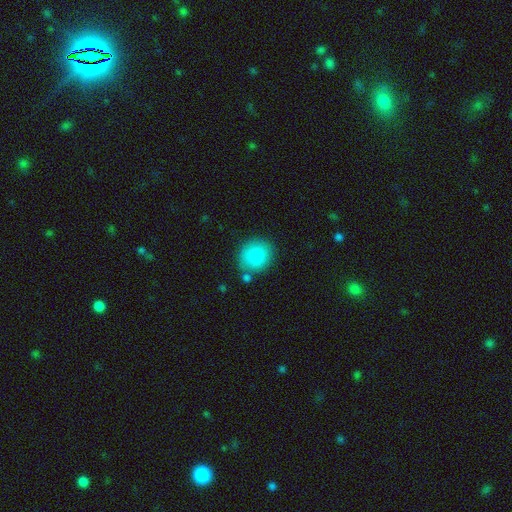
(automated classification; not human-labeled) Smooth or featured? Predicted: smooth (p=0.87). How rounded? Predicted: round (p=0.82). Merging? Predicted: none (p=0.73).